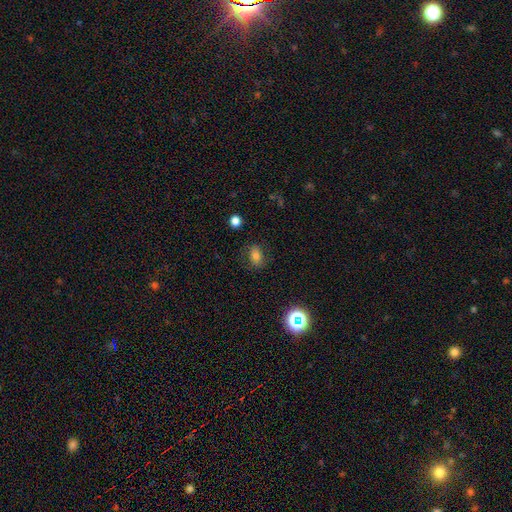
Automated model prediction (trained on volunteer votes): This appears to be a smooth galaxy with no disk features (72%) that is in between round and cigar-shaped (68%). Merging: none (79%).